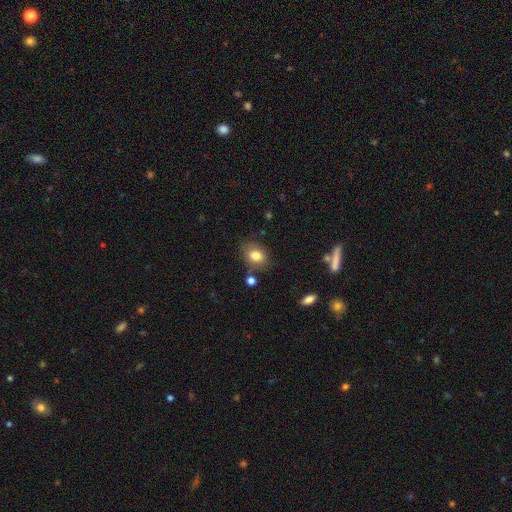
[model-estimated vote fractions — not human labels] Overall: smooth (80%). How rounded: in between (59%; round 40%). Merging: none (77%).